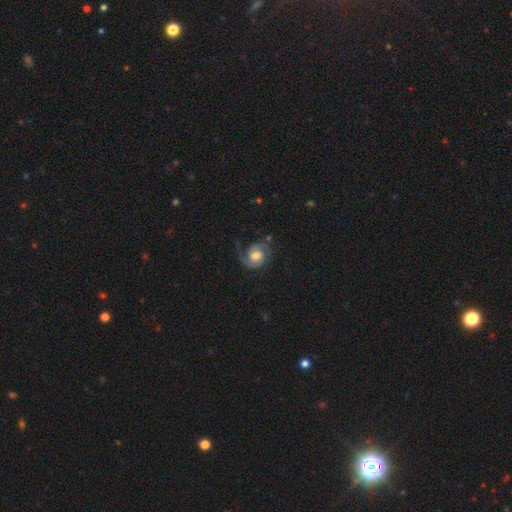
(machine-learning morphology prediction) smooth_or_featured: featured or disk (p=0.83) [alt: smooth p=0.12]
disk_edge_on: no (p=0.98) [alt: yes p=0.02]
bar: no (p=0.59) [alt: weak p=0.35]
has_spiral_arms: yes (p=0.96) [alt: no p=0.04]
spiral_winding: medium (p=0.47) [alt: tight p=0.37]
spiral_arm_count: 2 (p=0.84) [alt: 1 p=0.08]
bulge_size: moderate (p=0.61) [alt: large p=0.22]
merging: none (p=0.64) [alt: minor disturbance p=0.21]